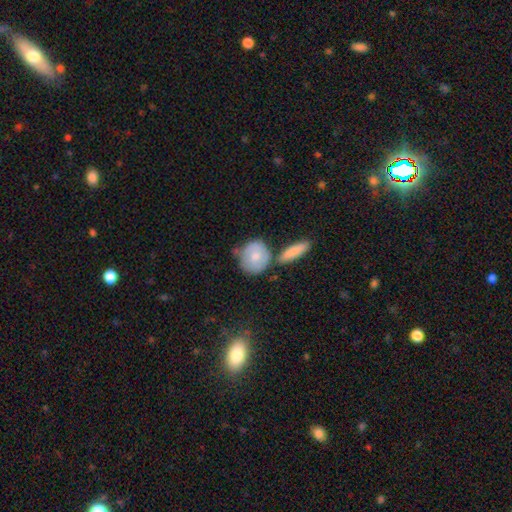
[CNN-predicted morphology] smooth 65%, featured or disk 29%, star or artifact 6%. Down the decision tree: how rounded — round (72%); merging — none (52%).